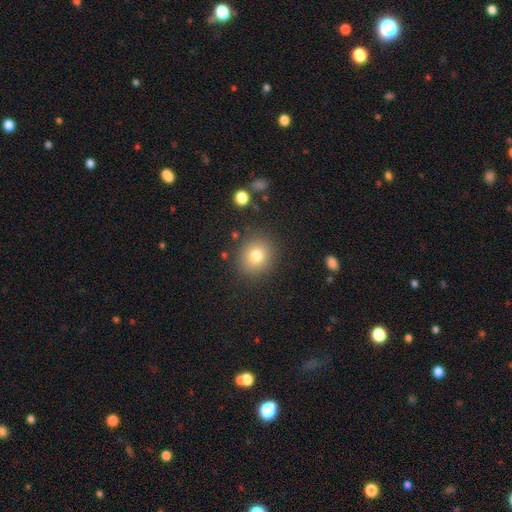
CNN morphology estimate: Overall: smooth (77%). How rounded: round (79%). Merging: none (86%).